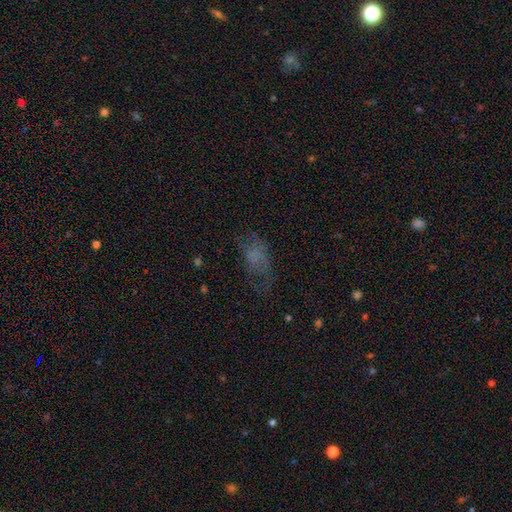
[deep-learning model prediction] Morphology: type=smooth (54%); roundness=in between (87%); merging=none (41%).